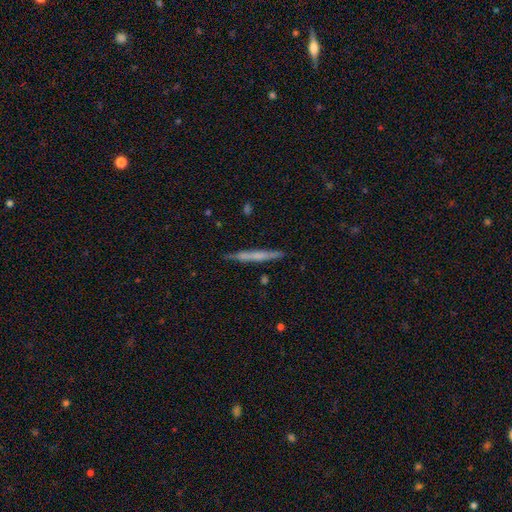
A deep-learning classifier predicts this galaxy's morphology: smooth 47%, featured or disk 46%, star or artifact 6%. Down the decision tree: merging — none (87%).